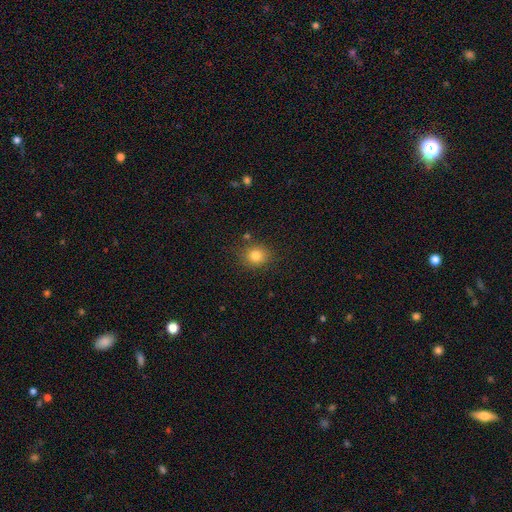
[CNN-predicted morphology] Overall: smooth (81%). How rounded: round (78%). Merging: none (82%).